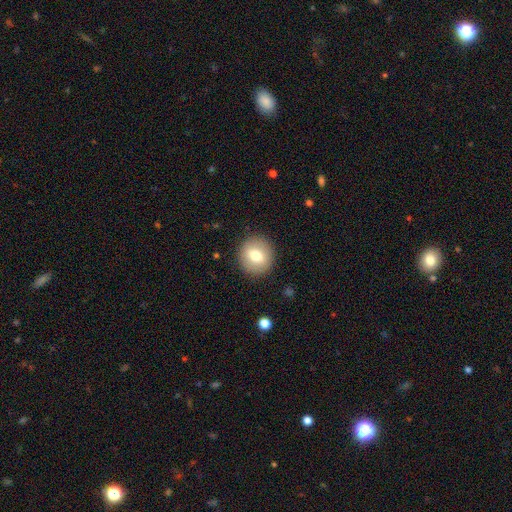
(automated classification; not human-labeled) Morphology: type=smooth (73%); roundness=round (88%); merging=none (90%).